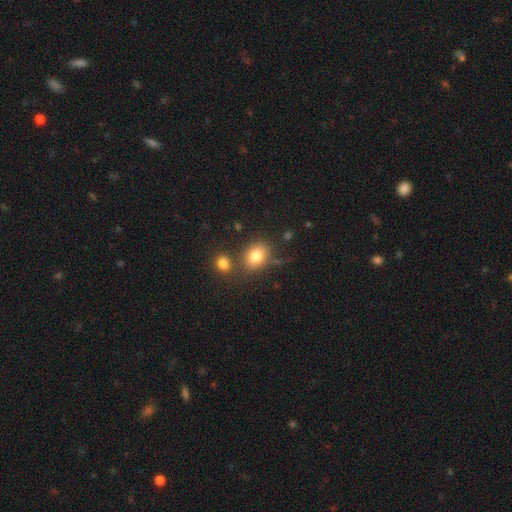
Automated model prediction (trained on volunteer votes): smooth-or-featured: smooth: 80% | star or artifact: 10% | featured or disk: 9%
  how-rounded: in between: 53% | round: 46% | cigar-shaped: 1%
  merging: none: 67% | merger: 15% | minor disturbance: 13% | major disturbance: 5%